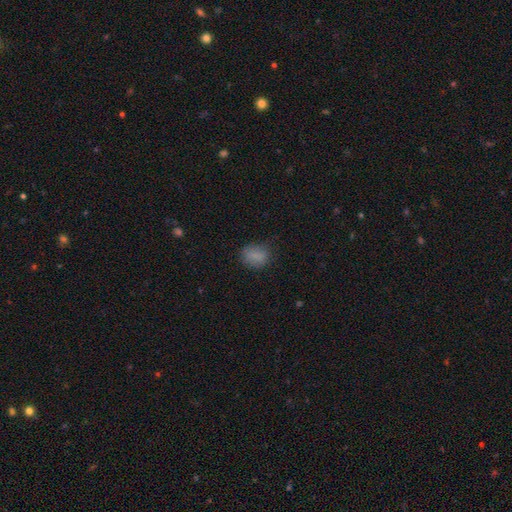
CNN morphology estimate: This appears to be a smooth galaxy with no disk features (81%) that is in between round and cigar-shaped (62%). Merging: none (72%).